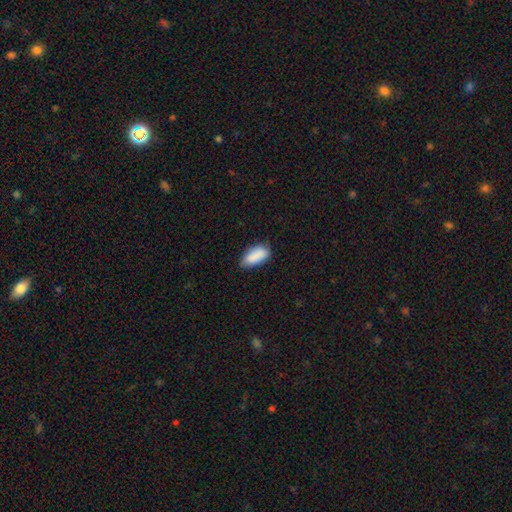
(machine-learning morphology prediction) Overall: smooth (88%). How rounded: in between (88%). Merging: none (70%).